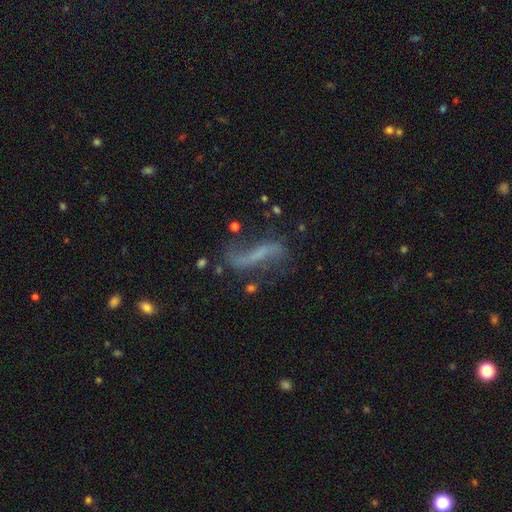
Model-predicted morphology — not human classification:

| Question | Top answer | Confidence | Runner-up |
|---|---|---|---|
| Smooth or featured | featured or disk | 68% | smooth (20%) |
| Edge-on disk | no | 82% | yes (18%) |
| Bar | strong | 39% | no (34%) |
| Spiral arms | yes | 80% | no (20%) |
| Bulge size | none | 62% | small (27%) |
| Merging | none | 57% | minor disturbance (21%) |